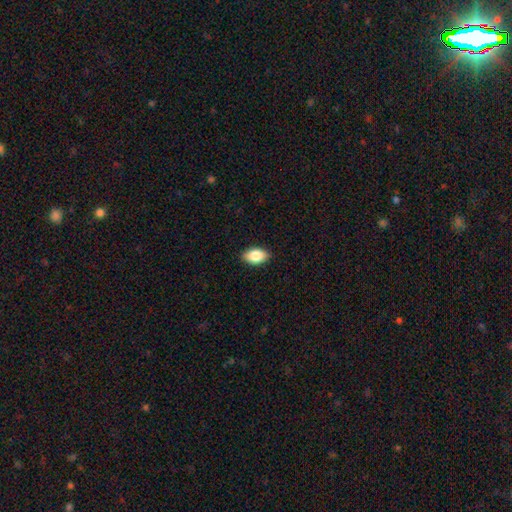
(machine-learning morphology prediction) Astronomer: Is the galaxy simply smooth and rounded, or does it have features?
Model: smooth — 84%.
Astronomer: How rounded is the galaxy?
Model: in between — 91%.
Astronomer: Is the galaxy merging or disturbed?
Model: none — 88%.